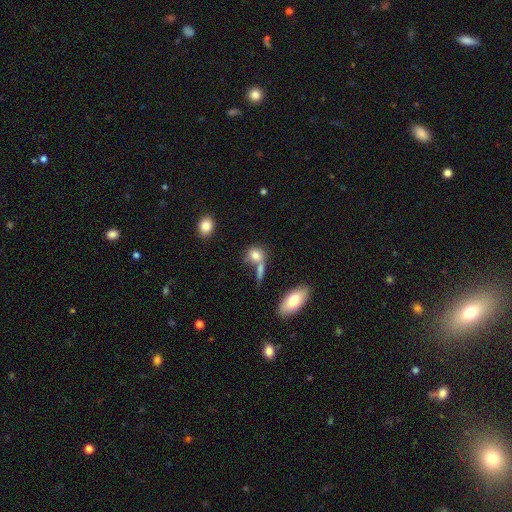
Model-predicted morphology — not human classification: The model was most divided on "merging": none: 45%, merger: 34%, minor disturbance: 13%, major disturbance: 7%. More confident: smooth or featured — smooth (79%); how rounded — round (55%).